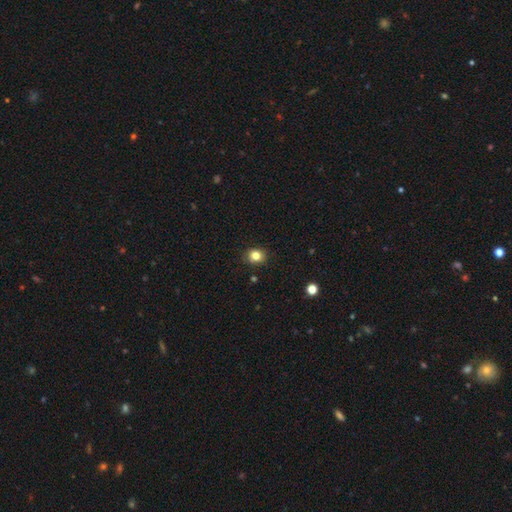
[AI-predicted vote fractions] Morphology: type=smooth (82%); roundness=round (70%); merging=none (88%).